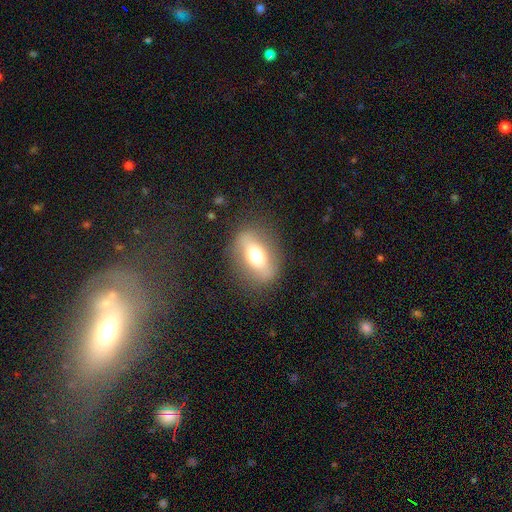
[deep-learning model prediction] Overall: smooth (52%; featured or disk 40%). How rounded: in between (70%). Merging: none (81%).